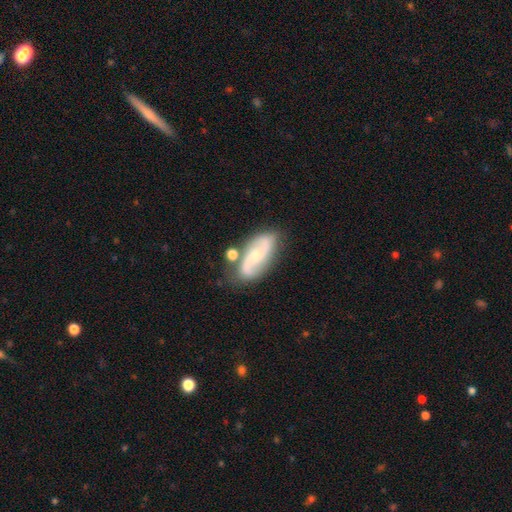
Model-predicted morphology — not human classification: A featured or disk galaxy (74%) with no bar (61%), 2 (87%) medium (41%) spiral arms (89%) and a small central bulge (48%, tied with moderate).

Vote fractions:
- Smooth or featured? featured or disk: 74% / smooth: 20% / star or artifact: 6%
- Edge-on disk? no: 94% / yes: 6%
- Bar? no: 61% / weak: 28% / strong: 10%
- Spiral arms? yes: 89% / no: 11%
- Spiral winding? medium: 41% / loose: 39% / tight: 20%
- Spiral arm count? 2: 87% / can't tell: 8% / 1: 2% / 3: 2% / 4: 1% / more than 4: 1%
- Bulge size? small: 48% (tied) / moderate: 48% (tied) / large: 2% / none: 1% / dominant: 1%
- Merging? none: 67% / minor disturbance: 17% / merger: 12% / major disturbance: 5%